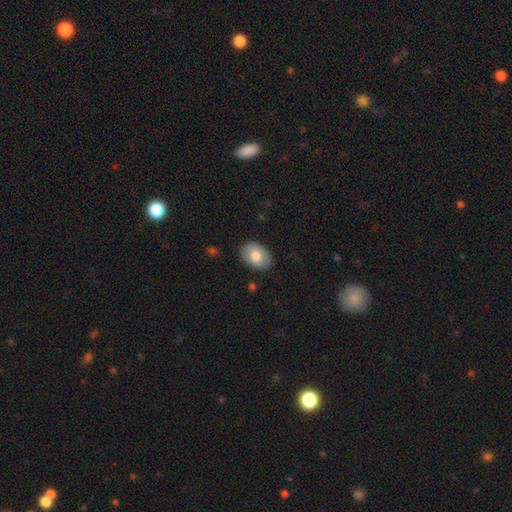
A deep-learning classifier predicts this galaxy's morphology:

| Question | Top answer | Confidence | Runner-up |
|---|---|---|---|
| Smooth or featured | smooth | 75% | featured or disk (19%) |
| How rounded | in between | 84% | round (15%) |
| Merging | none | 87% | minor disturbance (10%) |